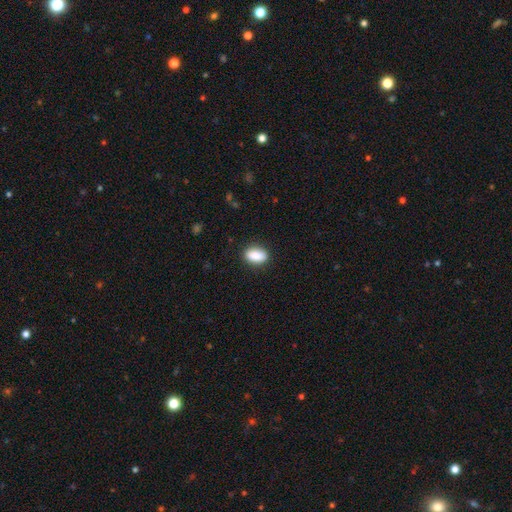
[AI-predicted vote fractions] Smooth or featured: smooth — 89% (star or artifact — 7%)
How rounded: in between — 87% (round — 9%)
Merging: none — 87% (minor disturbance — 10%)